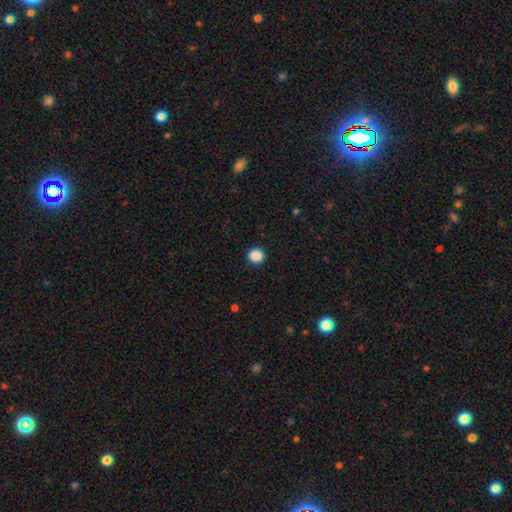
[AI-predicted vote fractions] smooth 88%, star or artifact 10%, featured or disk 2%. Down the decision tree: how rounded — round (93%); merging — none (92%).